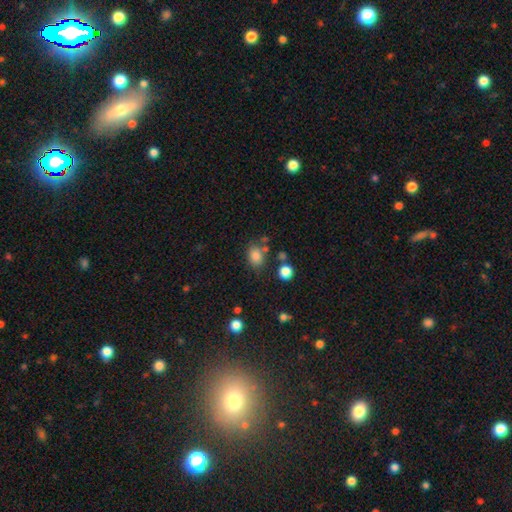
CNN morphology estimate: Smooth or featured: smooth — 82% (star or artifact — 12%)
How rounded: in between — 56% (round — 43%)
Merging: none — 69% (minor disturbance — 16%)